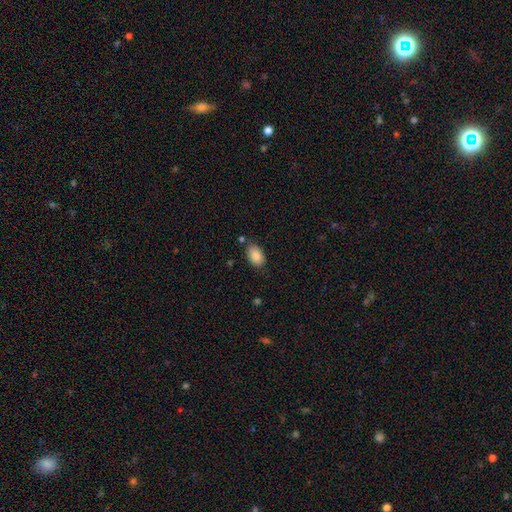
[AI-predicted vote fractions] smooth 87%, star or artifact 7%, featured or disk 6%. Down the decision tree: how rounded — in between (92%); merging — none (79%).